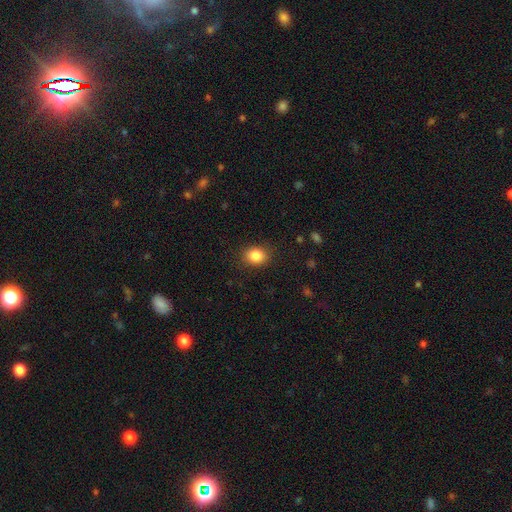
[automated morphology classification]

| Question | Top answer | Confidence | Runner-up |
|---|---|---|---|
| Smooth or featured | smooth | 85% | star or artifact (10%) |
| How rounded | round | 54% | in between (45%) |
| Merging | none | 87% | minor disturbance (9%) |